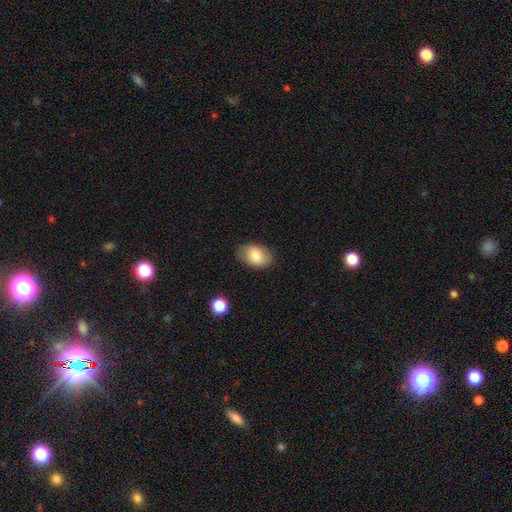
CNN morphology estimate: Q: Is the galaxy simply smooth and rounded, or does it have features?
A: smooth — 84%.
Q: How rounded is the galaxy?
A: in between — 86%.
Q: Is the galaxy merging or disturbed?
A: none — 78%.